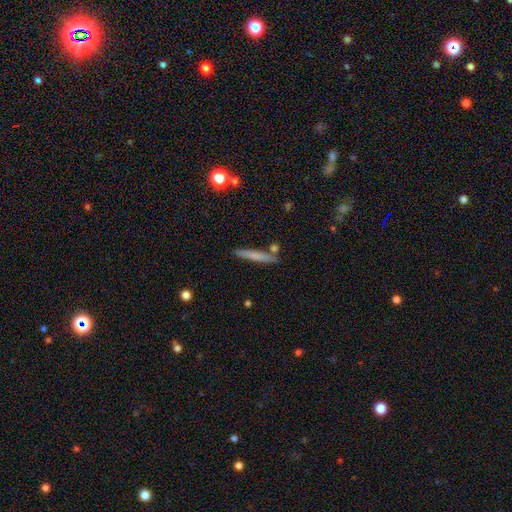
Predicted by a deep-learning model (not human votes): The model was most divided on "smooth or featured": smooth: 65%, featured or disk: 28%, star or artifact: 7%. More confident: how rounded — cigar-shaped (94%); merging — none (83%).